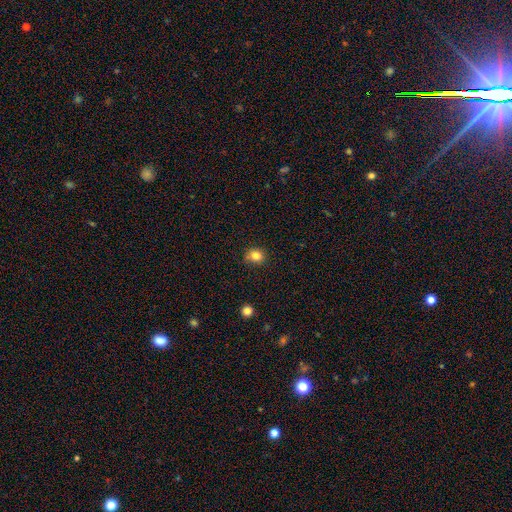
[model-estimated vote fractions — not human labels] A smooth galaxy with no disk features (82%) that is round (77%). Merging: none (78%).